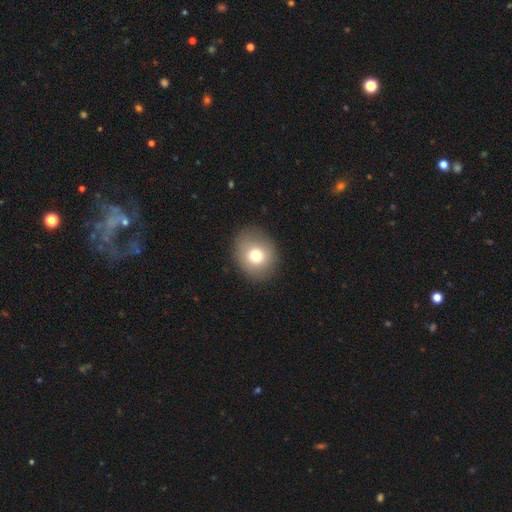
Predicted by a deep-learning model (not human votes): Smooth or featured? smooth (75%)
How rounded? round (63%)
Merging? none (86%)